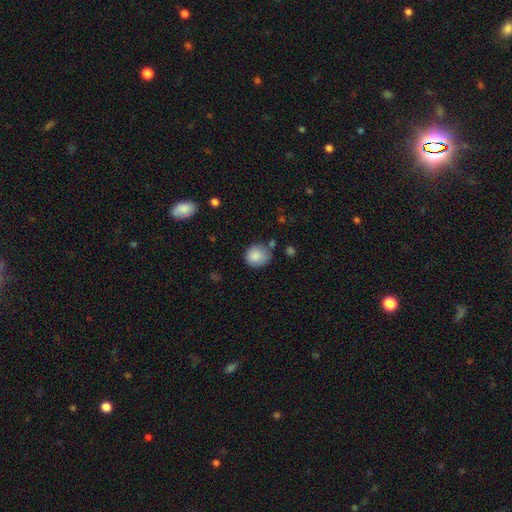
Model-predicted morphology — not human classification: Q: Smooth or featured?
A: smooth (86%); runner-up: star or artifact (8%)
Q: How rounded?
A: round (81%); runner-up: in between (19%)
Q: Merging?
A: none (67%); runner-up: minor disturbance (22%)